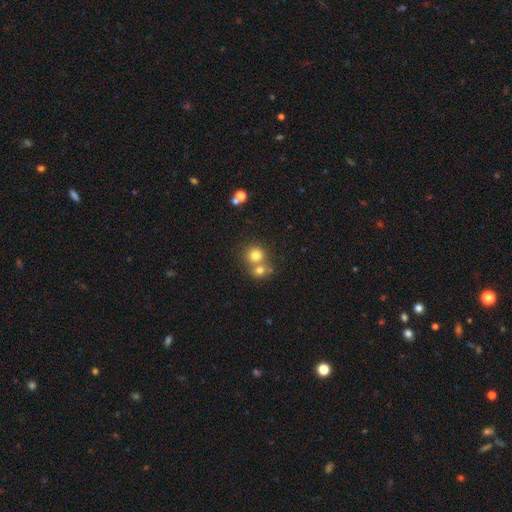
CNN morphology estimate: smooth-or-featured: smooth: 77% | star or artifact: 12% | featured or disk: 11%
  how-rounded: round: 86% | in between: 13% | cigar-shaped: 1%
  merging: merger: 47% | none: 44% | minor disturbance: 6% | major disturbance: 3%